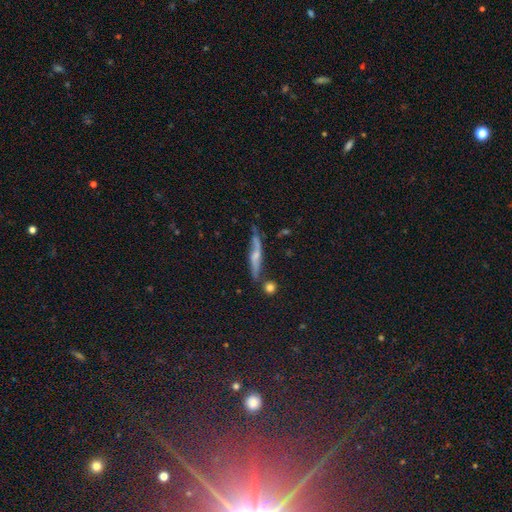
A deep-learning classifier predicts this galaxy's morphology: Smooth or featured? featured or disk (57%)
Edge-on disk? yes (84%)
Merging? none (70%)